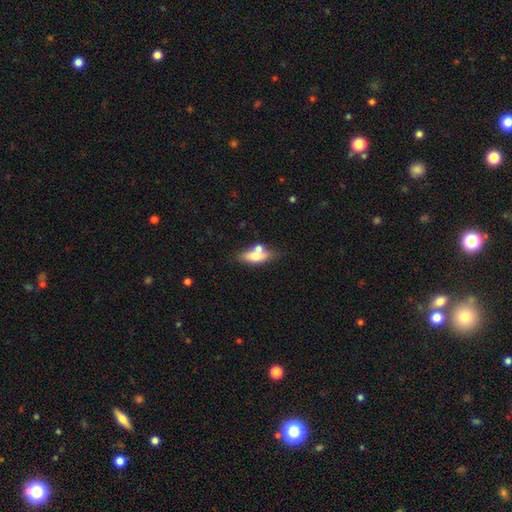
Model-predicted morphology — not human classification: A smooth galaxy with no disk features (62%) that is in between round and cigar-shaped (70%).

Vote fractions:
- Smooth or featured? smooth: 62% / featured or disk: 30% / star or artifact: 8%
- How rounded? in between: 70% / cigar-shaped: 24% / round: 5%
- Merging? none: 51% / merger: 29% / minor disturbance: 15% / major disturbance: 5%